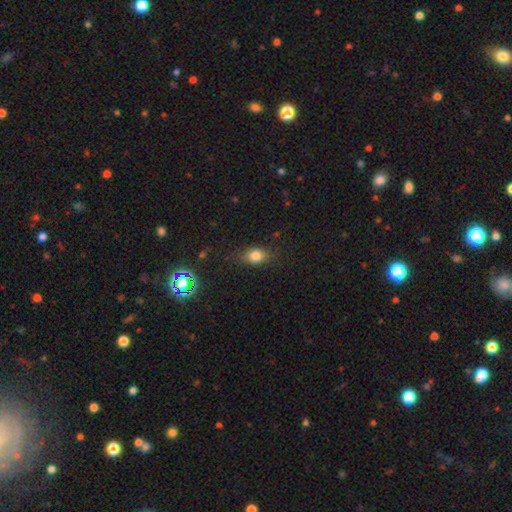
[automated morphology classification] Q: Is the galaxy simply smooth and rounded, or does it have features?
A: smooth — 78%.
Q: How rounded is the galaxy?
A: in between — 68%.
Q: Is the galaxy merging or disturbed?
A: none — 78%.